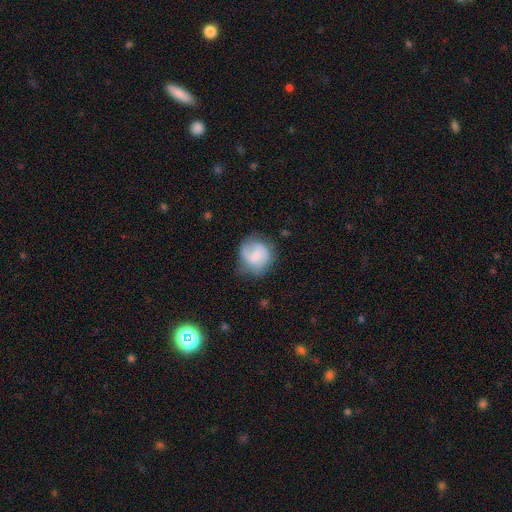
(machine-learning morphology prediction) Overall: featured or disk (48%; smooth 45%). Merging: none (56%; minor disturbance 28%).